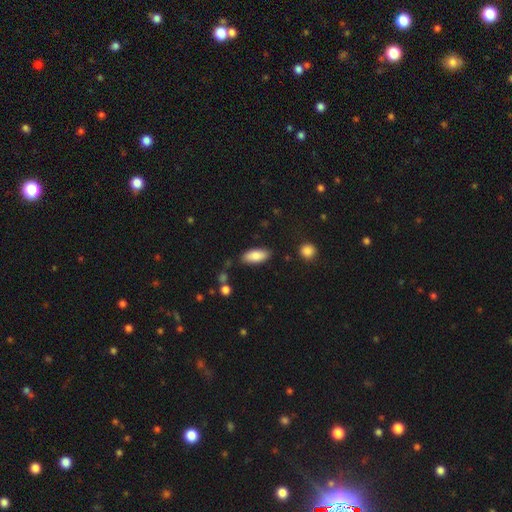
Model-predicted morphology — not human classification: Overall: smooth (85%). How rounded: in between (85%). Merging: none (82%).